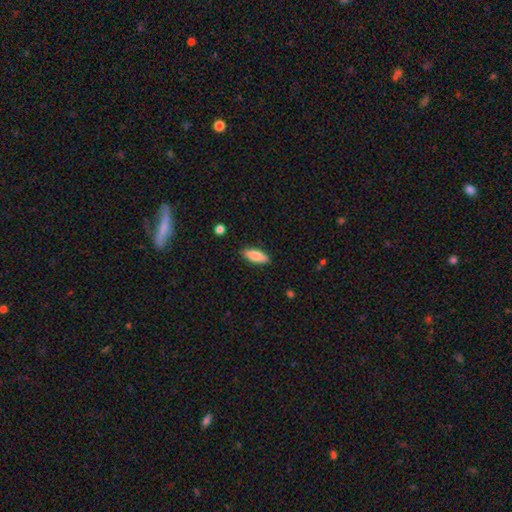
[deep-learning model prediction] Smooth or featured?
  - smooth: 79% *
  - featured or disk: 14%
  - star or artifact: 6%
How rounded?
  - in between: 67% *
  - cigar-shaped: 31%
  - round: 2%
Merging?
  - none: 88% *
  - minor disturbance: 9%
  - major disturbance: 2%
  - merger: 1%